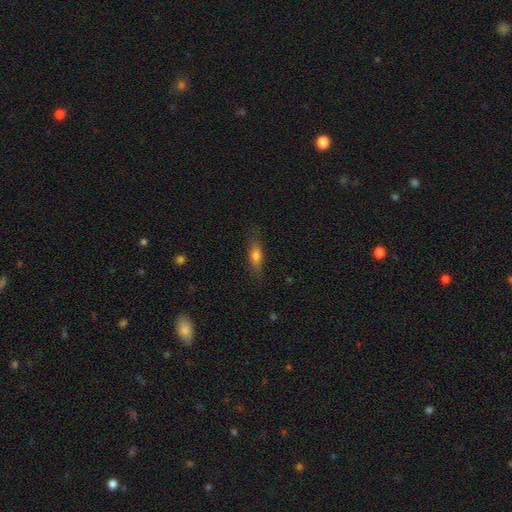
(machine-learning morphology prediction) Overall: smooth (71%). How rounded: in between (55%; cigar-shaped 42%). Merging: none (78%).